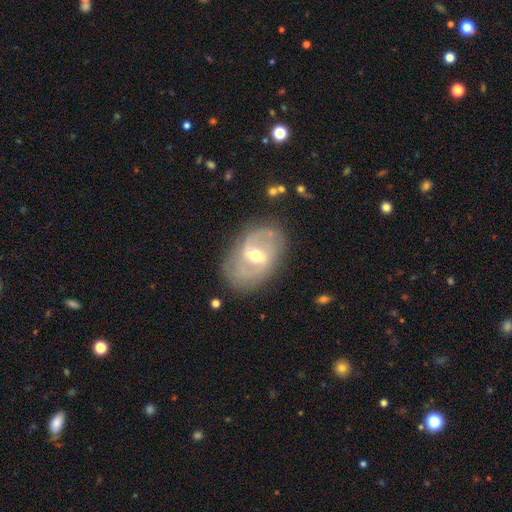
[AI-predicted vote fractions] Overall: featured or disk (80%). Edge-on disk: no (95%). Bar: weak (48%; strong 39%). Spiral arms: yes (80%). Spiral arm count: 2 (76%). Spiral winding: medium (43%; loose 29%). Bulge size: moderate (63%; small 31%). Merging: none (78%).